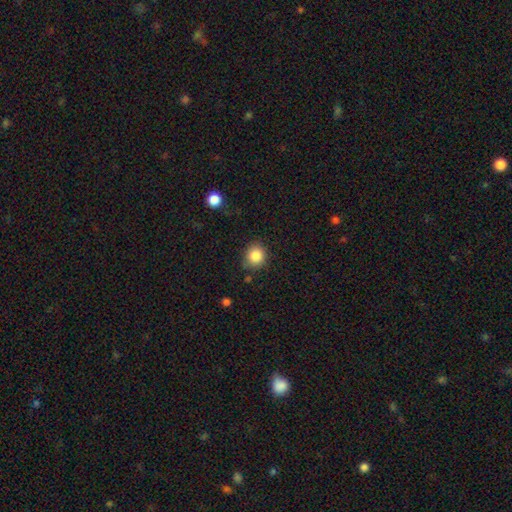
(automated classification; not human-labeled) Smooth or featured? Predicted: smooth (p=0.85). How rounded? Predicted: round (p=0.83). Merging? Predicted: none (p=0.80).